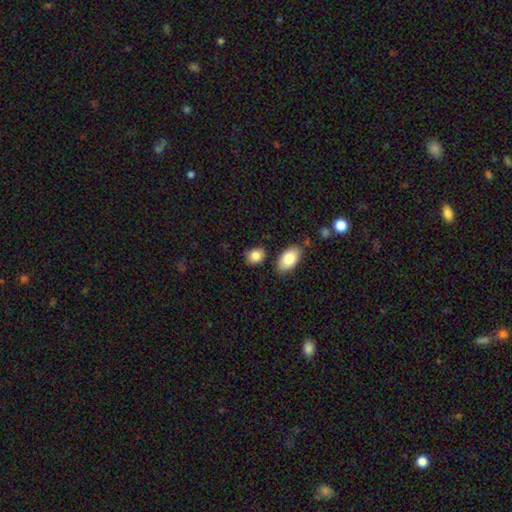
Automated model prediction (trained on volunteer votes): Overall: smooth (86%). How rounded: in between (70%). Merging: none (75%).